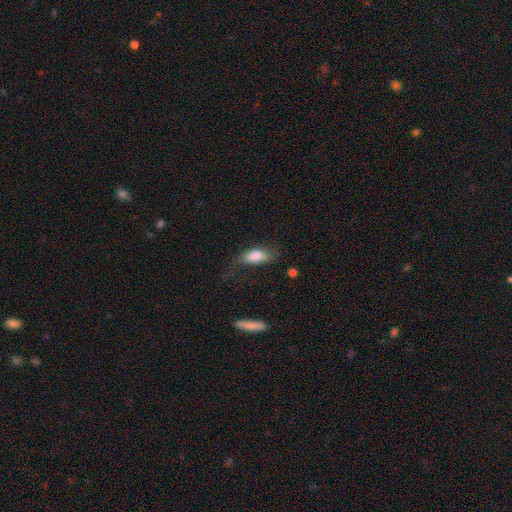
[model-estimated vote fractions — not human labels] Smooth or featured? smooth (79%)
How rounded? in between (86%)
Merging? none (51%)